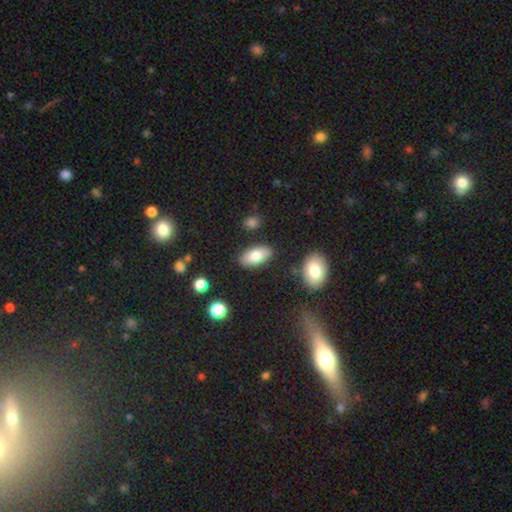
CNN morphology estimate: Q: Smooth or featured?
A: smooth (80%); runner-up: featured or disk (13%)
Q: How rounded?
A: in between (92%); runner-up: cigar-shaped (4%)
Q: Merging?
A: none (84%); runner-up: minor disturbance (10%)